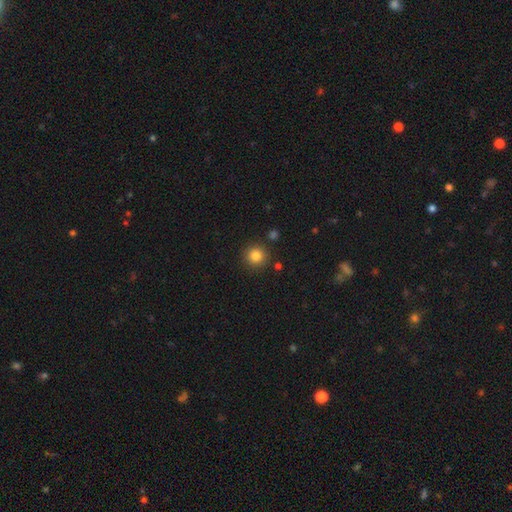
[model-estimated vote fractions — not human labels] This is clearly a smooth galaxy (84%). How rounded: clearly round (94%). Merging: clearly none (88%).